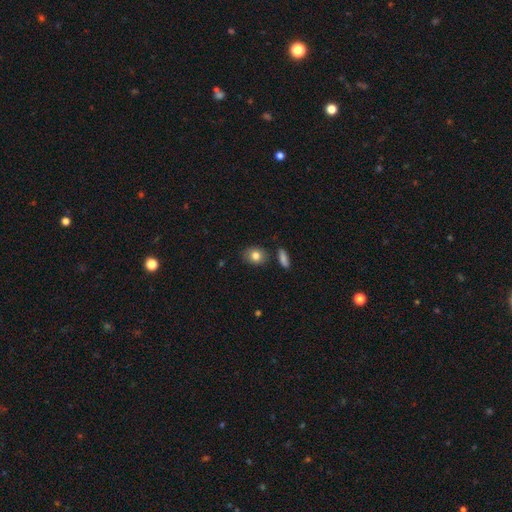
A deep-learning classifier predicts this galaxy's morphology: smooth 81%, featured or disk 10%, star or artifact 9%. Down the decision tree: how rounded — round (53%); merging — none (79%).